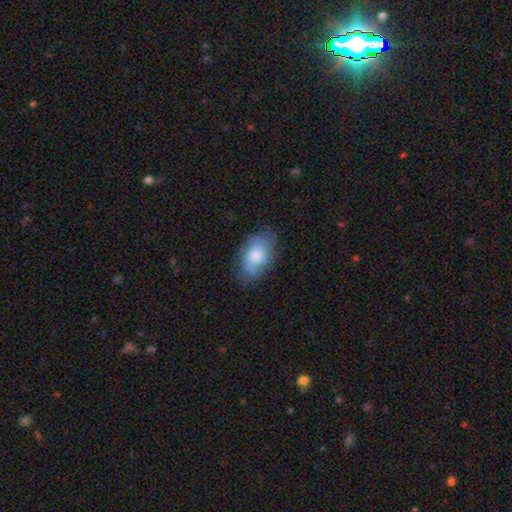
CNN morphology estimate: This appears to be a smooth galaxy with no disk features (67%) that is in between round and cigar-shaped (89%). Merging: none (67%).